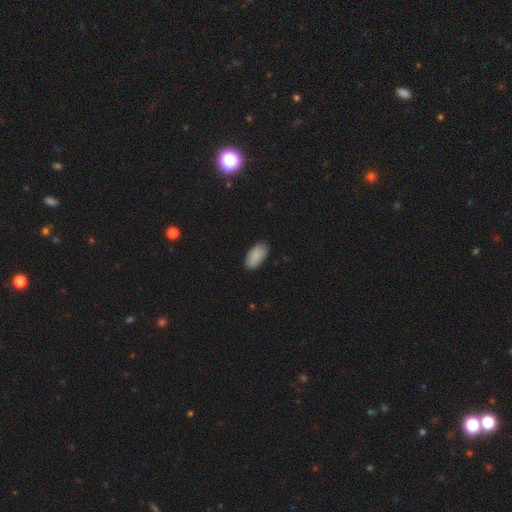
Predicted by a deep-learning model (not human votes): This is clearly a smooth galaxy (87%). How rounded: clearly in between (95%). Merging: clearly none (86%).